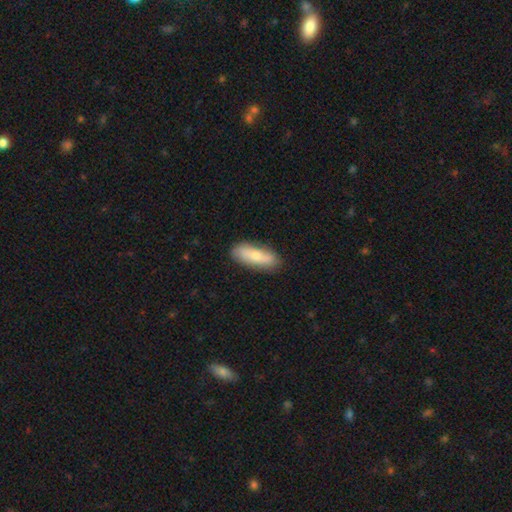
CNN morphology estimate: Smooth or featured? smooth (68%)
How rounded? in between (66%)
Merging? none (79%)